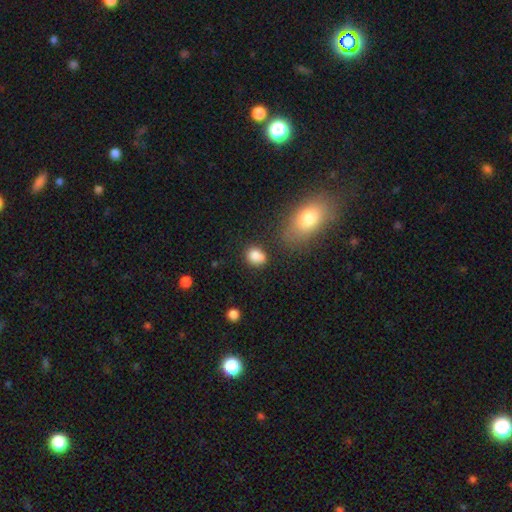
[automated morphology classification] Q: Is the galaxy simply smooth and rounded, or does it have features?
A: smooth — 84%.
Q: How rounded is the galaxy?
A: round — 53%.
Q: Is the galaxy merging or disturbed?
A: none — 63%.